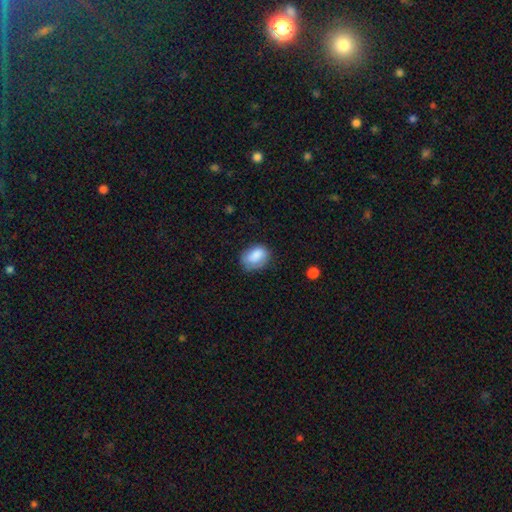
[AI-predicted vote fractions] Smooth or featured: smooth — 84% (featured or disk — 8%)
How rounded: in between — 75% (round — 24%)
Merging: none — 64% (minor disturbance — 27%)